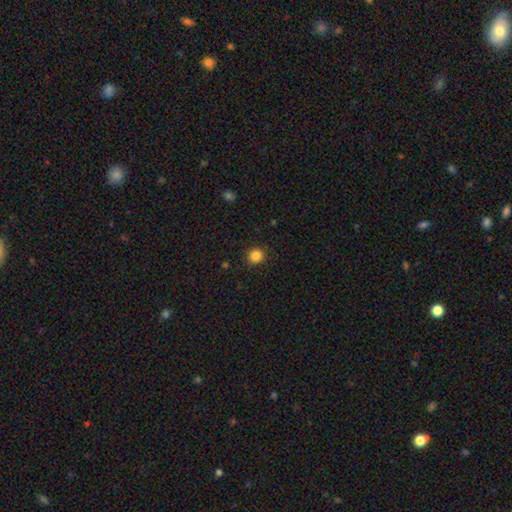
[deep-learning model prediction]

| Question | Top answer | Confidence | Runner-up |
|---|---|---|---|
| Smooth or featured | smooth | 85% | star or artifact (11%) |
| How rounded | round | 91% | in between (8%) |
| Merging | none | 91% | minor disturbance (6%) |